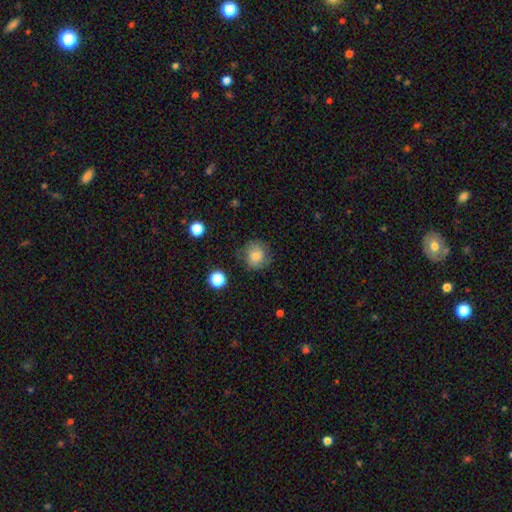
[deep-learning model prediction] Q: Smooth or featured?
A: smooth (80%); runner-up: featured or disk (11%)
Q: How rounded?
A: round (84%); runner-up: in between (15%)
Q: Merging?
A: none (75%); runner-up: minor disturbance (18%)